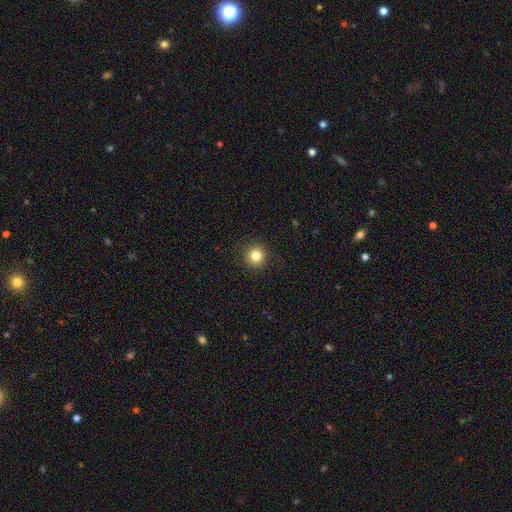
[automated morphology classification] A smooth galaxy with no disk features (82%) that is round (95%). Merging: none (92%).